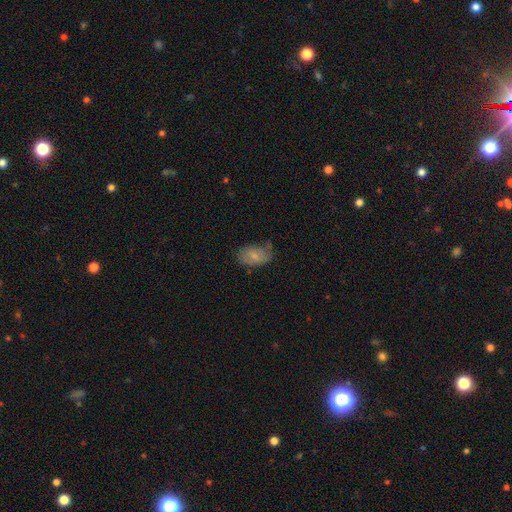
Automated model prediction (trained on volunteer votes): smooth 65%, featured or disk 27%, star or artifact 7%. Down the decision tree: how rounded — in between (90%); merging — none (52%).